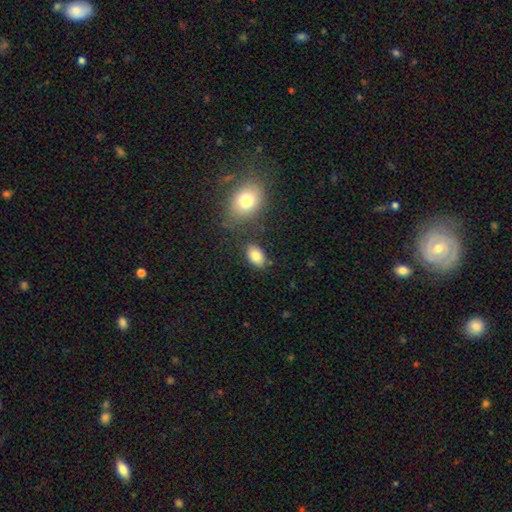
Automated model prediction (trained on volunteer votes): This is clearly a smooth galaxy (83%). How rounded: clearly in between (89%). Merging: likely none (78%).